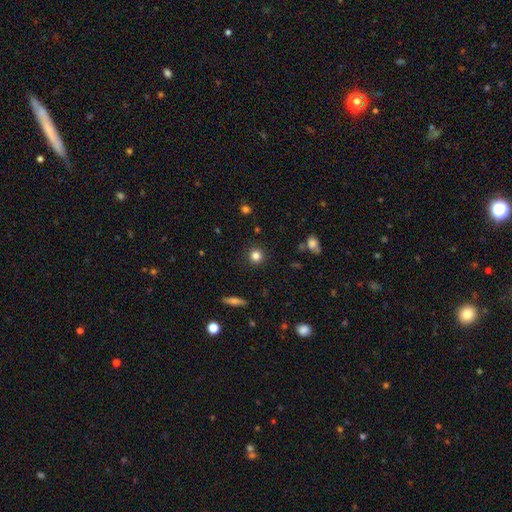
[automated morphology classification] Smooth or featured? smooth (82%)
How rounded? round (93%)
Merging? none (91%)